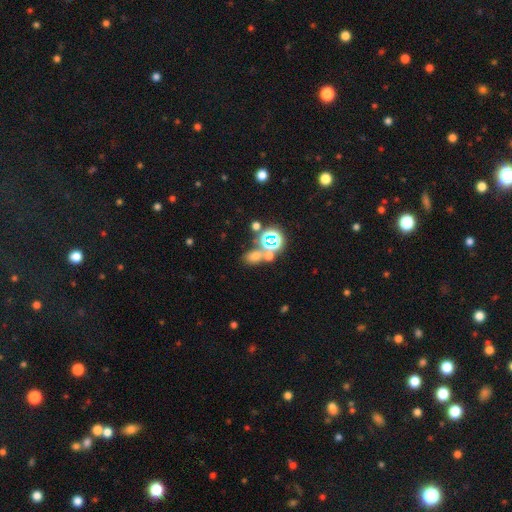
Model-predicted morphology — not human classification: type=smooth (55%); roundness=in between (58%); merging=none (55%).